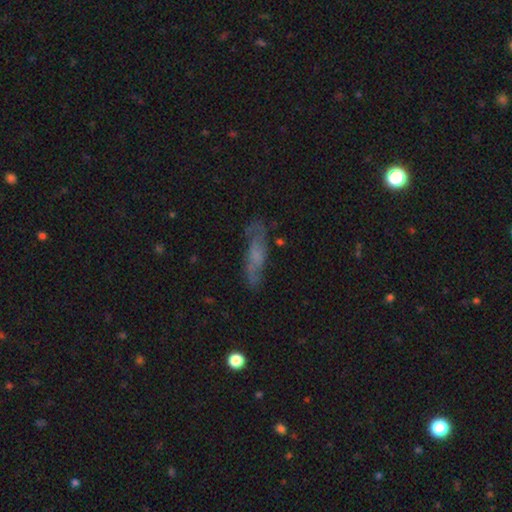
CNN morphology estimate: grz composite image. It shows a featured or disk galaxy (50%). Merging: none (71%).